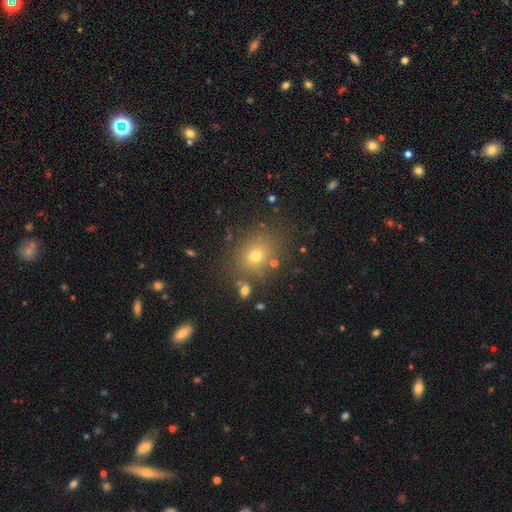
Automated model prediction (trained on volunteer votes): Q: Smooth or featured?
A: smooth (68%); runner-up: star or artifact (20%)
Q: How rounded?
A: round (59%); runner-up: in between (39%)
Q: Merging?
A: none (79%); runner-up: minor disturbance (11%)